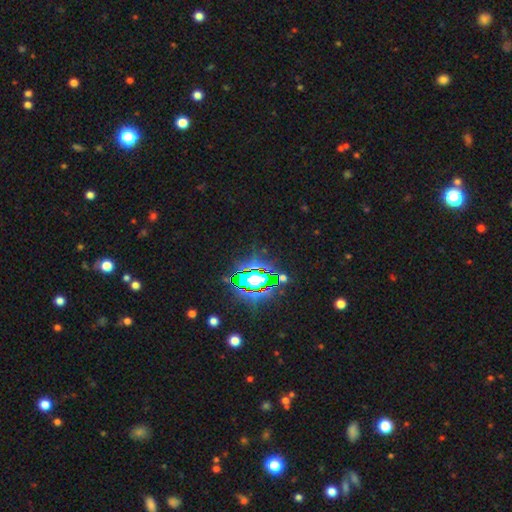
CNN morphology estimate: A star or artifact, not a galaxy (84%).